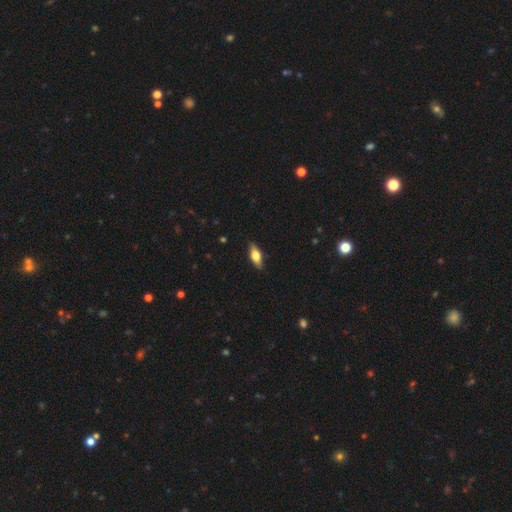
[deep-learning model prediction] A smooth galaxy with no disk features (57%) that is in between round and cigar-shaped (71%). Merging: none (88%).